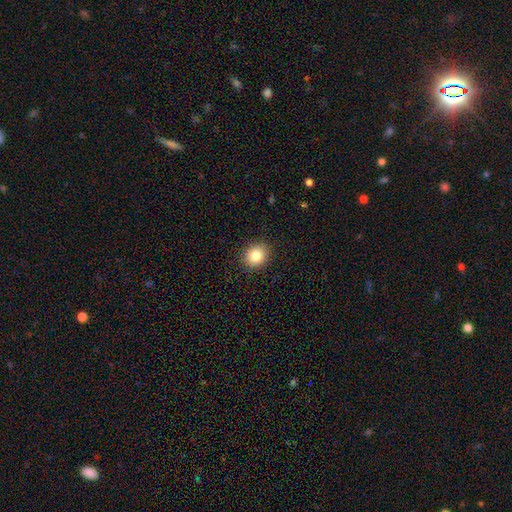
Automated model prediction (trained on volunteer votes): Smooth or featured: smooth — 83% (star or artifact — 10%)
How rounded: round — 68% (in between — 31%)
Merging: none — 91% (minor disturbance — 7%)